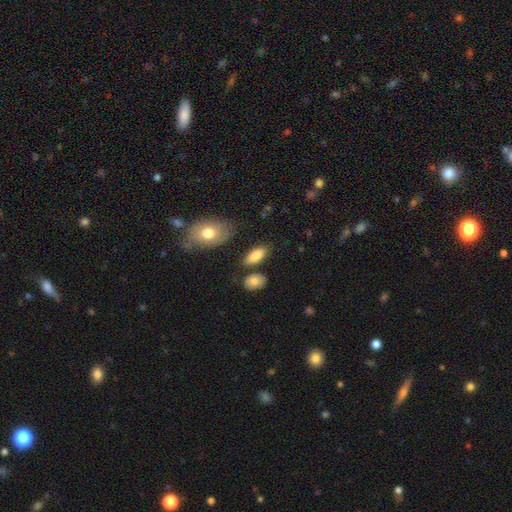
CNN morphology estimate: Smooth or featured?
  - smooth: 84% *
  - featured or disk: 9%
  - star or artifact: 7%
How rounded?
  - in between: 88% *
  - cigar-shaped: 8%
  - round: 4%
Merging?
  - none: 76% *
  - minor disturbance: 13%
  - merger: 7%
  - major disturbance: 4%